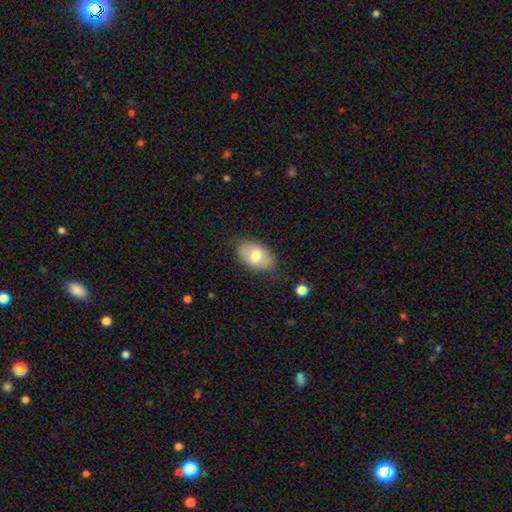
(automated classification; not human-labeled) smooth 72%, featured or disk 21%, star or artifact 7%. Down the decision tree: how rounded — in between (91%); merging — none (76%).